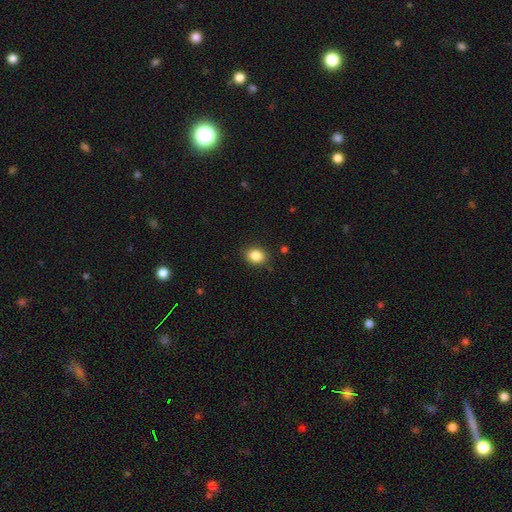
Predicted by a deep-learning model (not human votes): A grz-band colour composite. It shows a smooth galaxy with no disk features (85%) that is in between round and cigar-shaped (54%). Merging: none (88%).